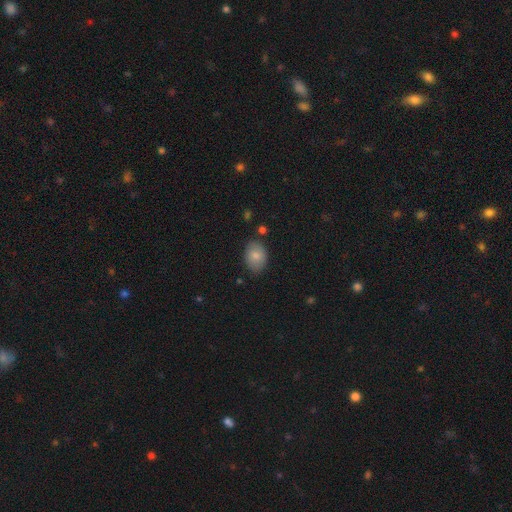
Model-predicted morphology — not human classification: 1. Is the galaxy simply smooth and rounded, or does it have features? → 81% smooth, 12% featured or disk, 7% star or artifact.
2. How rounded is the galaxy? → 79% in between, 20% round, 1% cigar-shaped.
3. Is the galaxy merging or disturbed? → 80% none, 15% minor disturbance, 3% major disturbance, 2% merger.